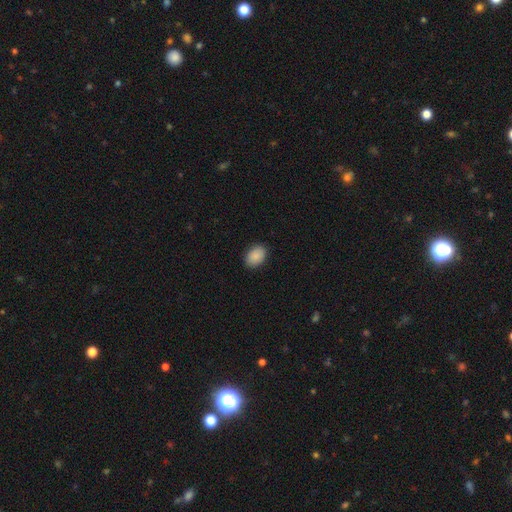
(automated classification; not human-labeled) smooth-or-featured: smooth: 89% | star or artifact: 7% | featured or disk: 4%
  how-rounded: in between: 79% | round: 20% | cigar-shaped: 1%
  merging: none: 89% | minor disturbance: 8% | major disturbance: 2% | merger: 1%